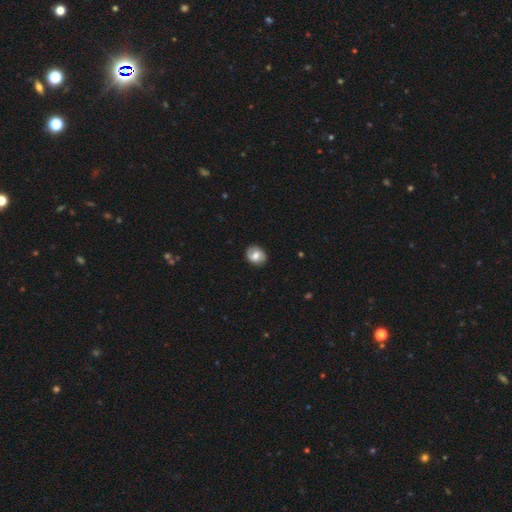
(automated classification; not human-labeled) Morphology: type=smooth (62%); roundness=round (55%); merging=none (85%).